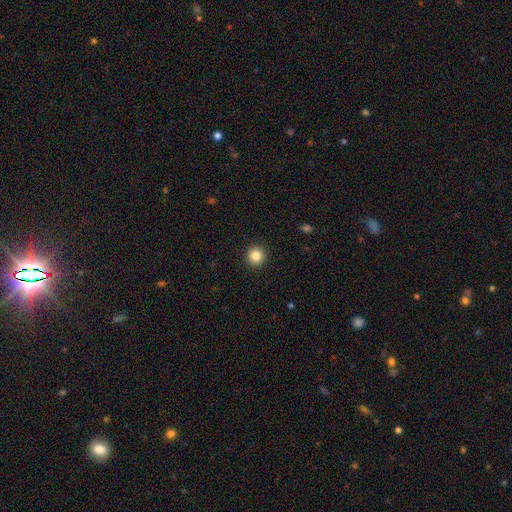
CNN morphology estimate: A smooth galaxy with no disk features (85%) that is round (95%).

Vote fractions:
- Smooth or featured? smooth: 85% / star or artifact: 11% / featured or disk: 4%
- How rounded? round: 95% / in between: 4% / cigar-shaped: 1%
- Merging? none: 93% / minor disturbance: 4% / major disturbance: 2% / merger: 1%